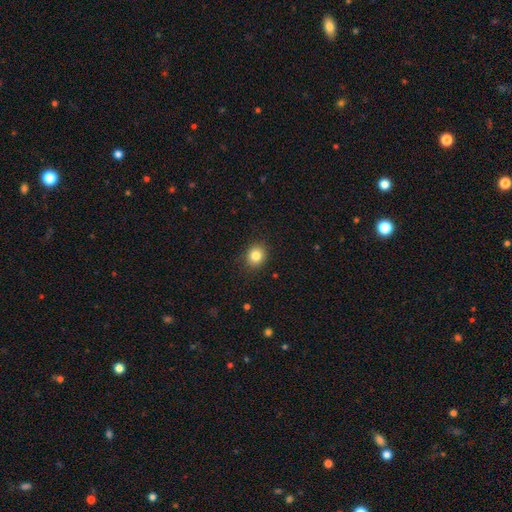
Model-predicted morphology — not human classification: A smooth galaxy with no disk features (84%) that is round (72%).

Vote fractions:
- Smooth or featured? smooth: 84% / star or artifact: 10% / featured or disk: 6%
- How rounded? round: 72% / in between: 27% / cigar-shaped: 1%
- Merging? none: 88% / minor disturbance: 9% / major disturbance: 2% / merger: 1%